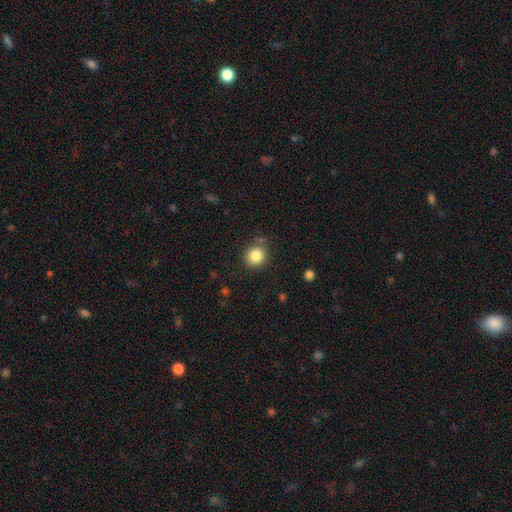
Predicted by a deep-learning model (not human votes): A smooth galaxy with no disk features (84%) that is round (84%).

Vote fractions:
- Smooth or featured? smooth: 84% / star or artifact: 10% / featured or disk: 6%
- How rounded? round: 84% / in between: 15% / cigar-shaped: 1%
- Merging? none: 80% / minor disturbance: 13% / major disturbance: 4% / merger: 4%